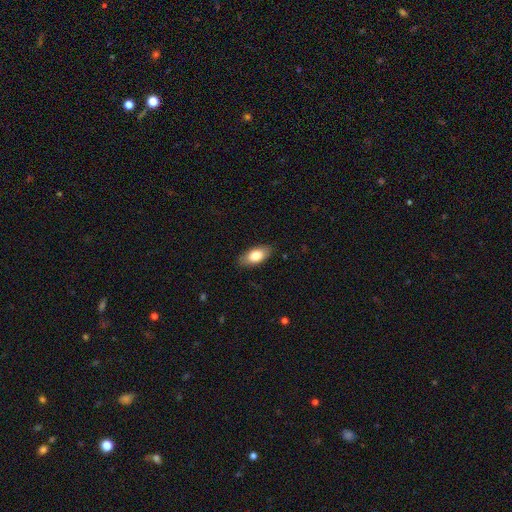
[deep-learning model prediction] smooth 79%, featured or disk 14%, star or artifact 6%. Down the decision tree: how rounded — in between (91%); merging — none (85%).